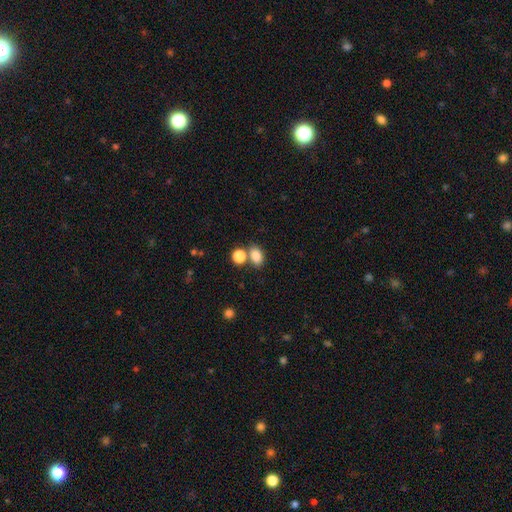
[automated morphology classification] smooth-or-featured: smooth: 84% | star or artifact: 11% | featured or disk: 6%
  how-rounded: in between: 73% | round: 25% | cigar-shaped: 1%
  merging: none: 60% | merger: 26% | minor disturbance: 10% | major disturbance: 4%